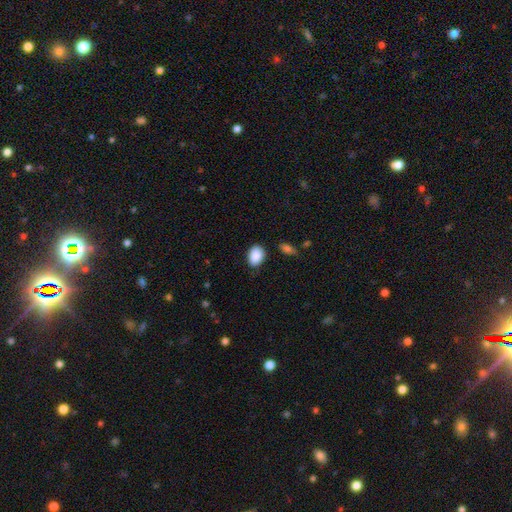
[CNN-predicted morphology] This is clearly a smooth galaxy (90%). How rounded: likely in between (75%). Merging: clearly none (80%).